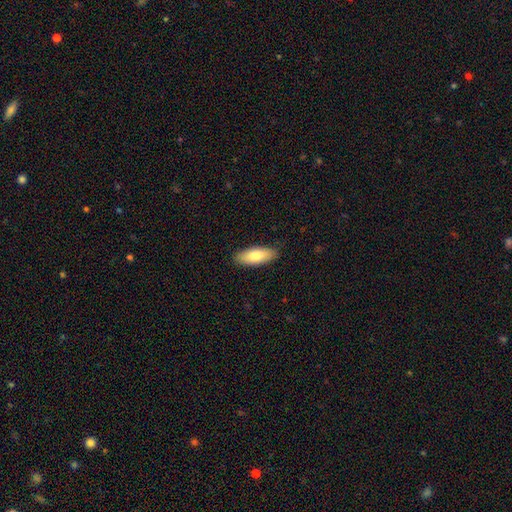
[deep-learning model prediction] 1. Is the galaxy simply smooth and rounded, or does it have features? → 80% smooth, 15% featured or disk, 6% star or artifact.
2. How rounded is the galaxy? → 75% in between, 23% cigar-shaped, 2% round.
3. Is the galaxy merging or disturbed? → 88% none, 9% minor disturbance, 2% major disturbance, 1% merger.